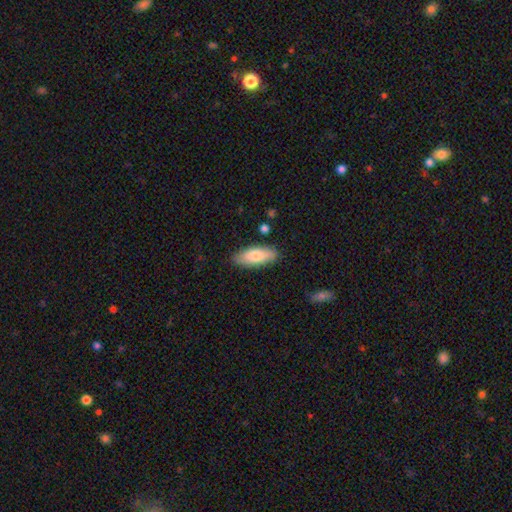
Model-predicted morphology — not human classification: type=smooth (78%); roundness=in between (70%); merging=none (84%).